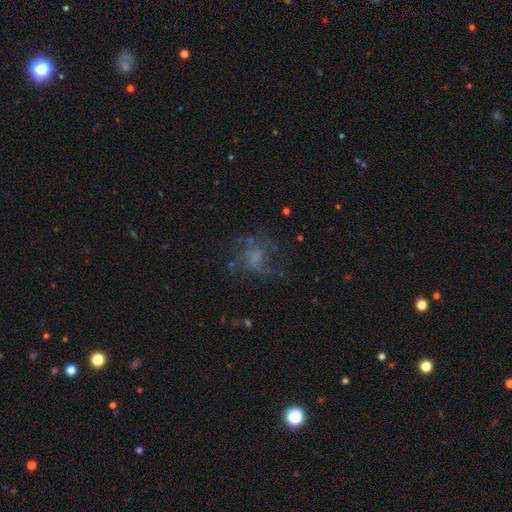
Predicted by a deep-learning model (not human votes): Smooth or featured? featured or disk (53%)
Edge-on disk? no (97%)
Bar? no (67%)
Spiral arms? yes (60%)
Bulge size? none (51%)
Merging? none (51%)